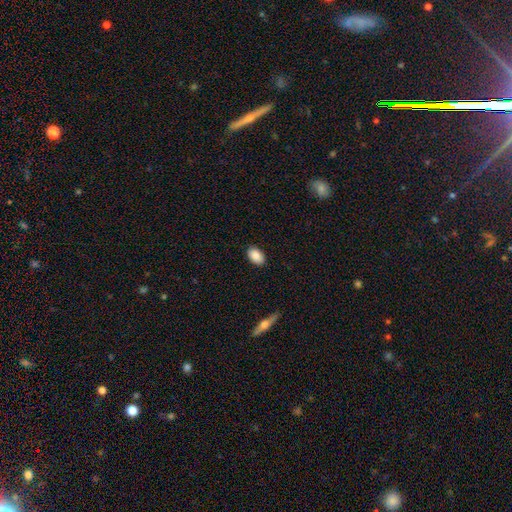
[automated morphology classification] This is clearly a smooth galaxy (89%). How rounded: clearly in between (91%). Merging: clearly none (89%).